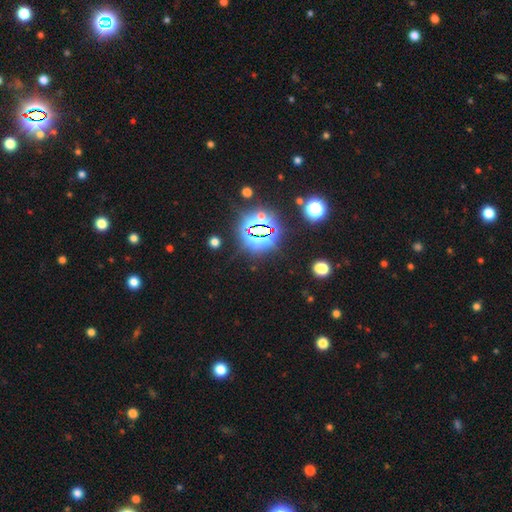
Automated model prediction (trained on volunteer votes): A star or artifact, not a galaxy (83%).

Vote fractions:
- Smooth or featured? star or artifact: 83% / smooth: 10% / featured or disk: 7%